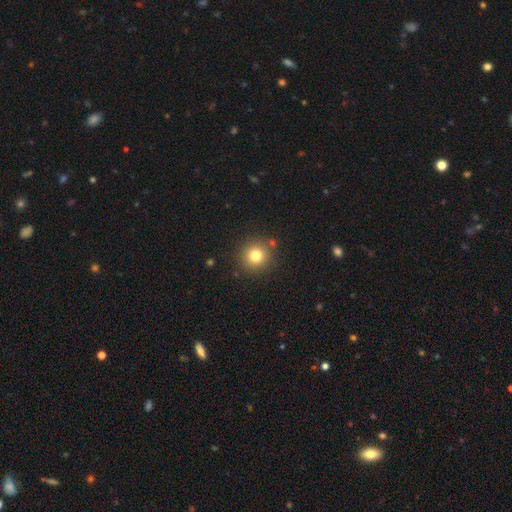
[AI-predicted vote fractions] smooth 79%, star or artifact 13%, featured or disk 8%. Down the decision tree: how rounded — round (92%); merging — none (86%).